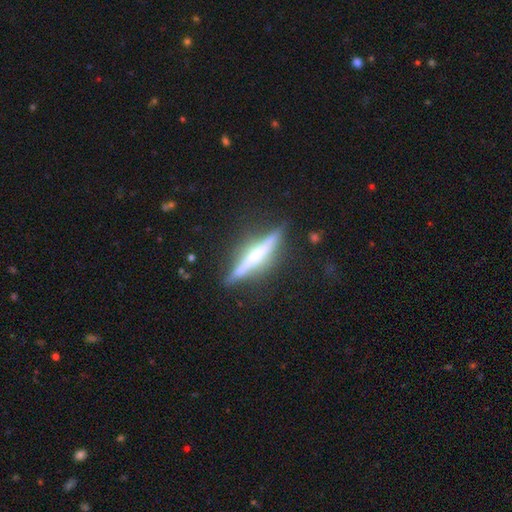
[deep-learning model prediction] smooth_or_featured: featured or disk (p=0.73) [alt: smooth p=0.21]
disk_edge_on: yes (p=0.95) [alt: no p=0.05]
edge_on_bulge: rounded (p=0.49) [alt: none p=0.30]
merging: none (p=0.82) [alt: minor disturbance p=0.13]